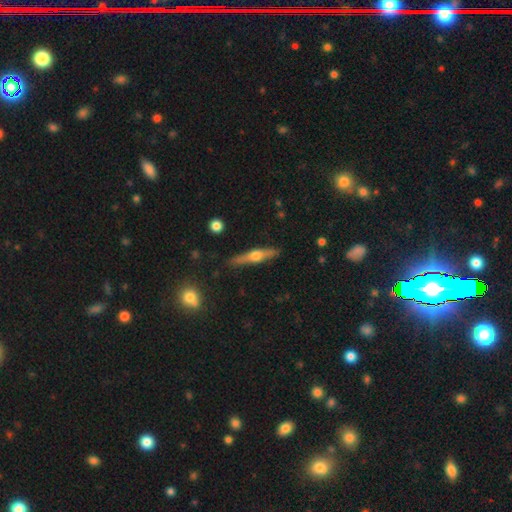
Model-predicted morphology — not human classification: smooth-or-featured: featured or disk: 64% | smooth: 30% | star or artifact: 6%
  disk-edge-on: yes: 96% | no: 4%
    edge-on-bulge: rounded: 93% | boxy: 4% | none: 3%
  merging: none: 87% | minor disturbance: 10% | major disturbance: 2% | merger: 2%